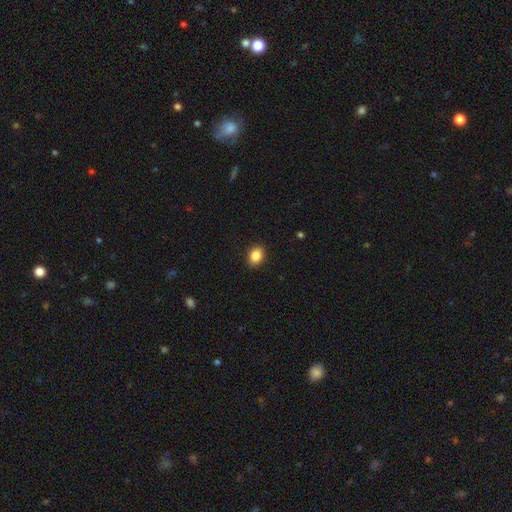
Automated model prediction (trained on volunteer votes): smooth_or_featured: smooth (p=0.87) [alt: star or artifact p=0.09]
how_rounded: in between (p=0.61) [alt: round p=0.38]
merging: none (p=0.90) [alt: minor disturbance p=0.07]